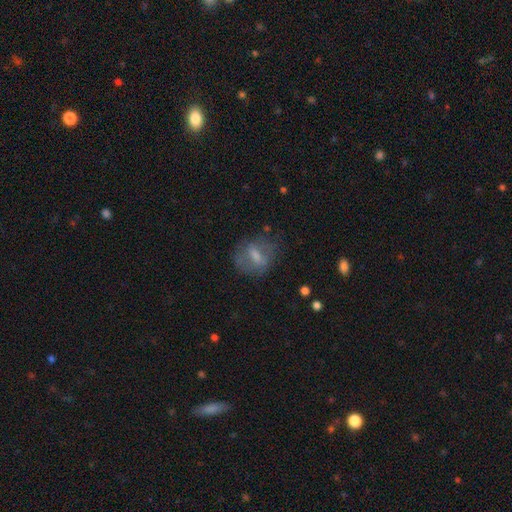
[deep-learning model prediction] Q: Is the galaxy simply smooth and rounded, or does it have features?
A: smooth — 48%.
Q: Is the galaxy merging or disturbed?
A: none — 64%.